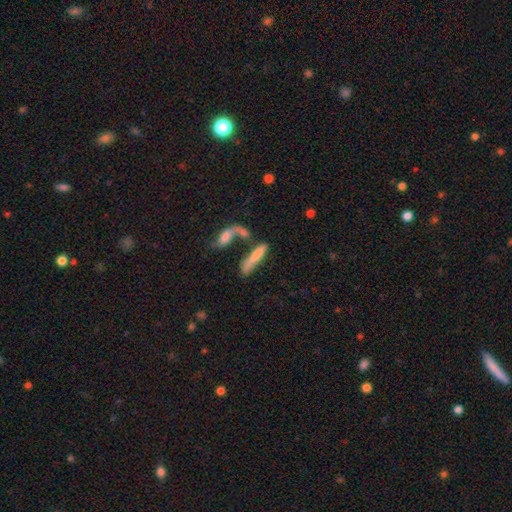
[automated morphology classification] smooth 66%, featured or disk 25%, star or artifact 9%. Down the decision tree: how rounded — cigar-shaped (75%); merging — merger (46%).